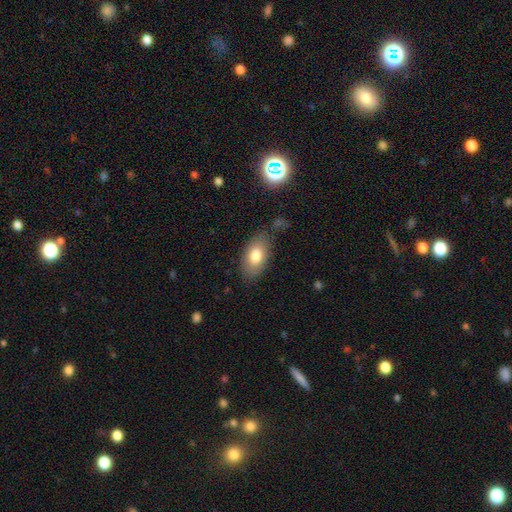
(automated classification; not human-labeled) Smooth or featured: smooth — 77% (featured or disk — 16%)
How rounded: in between — 92% (round — 5%)
Merging: none — 76% (minor disturbance — 16%)